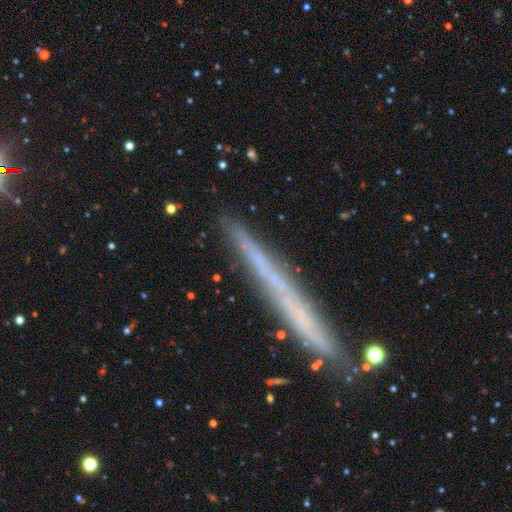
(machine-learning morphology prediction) The model was most divided on "smooth or featured": featured or disk: 50%, smooth: 37%, star or artifact: 13%. More confident: edge-on disk — yes (89%); merging — none (83%).